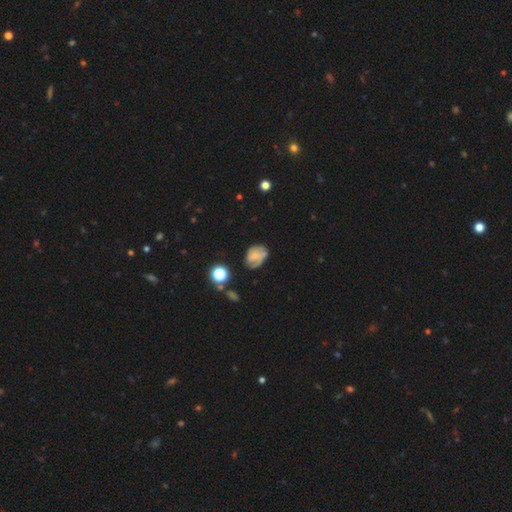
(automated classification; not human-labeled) smooth_or_featured: featured or disk (p=0.46) [alt: smooth p=0.43]
merging: none (p=0.52) [alt: minor disturbance p=0.29]